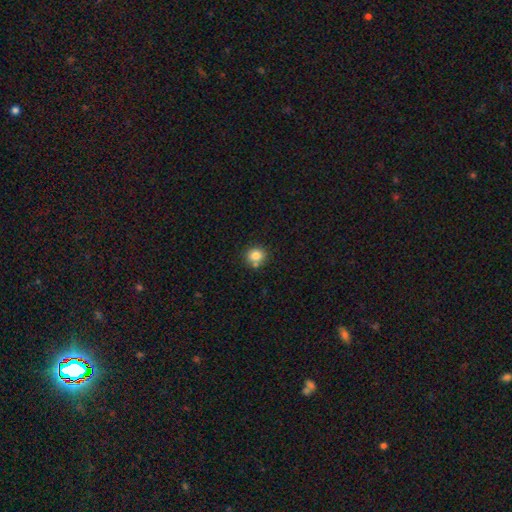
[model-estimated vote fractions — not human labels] This is clearly a smooth galaxy (82%). How rounded: clearly round (83%). Merging: likely none (69%).